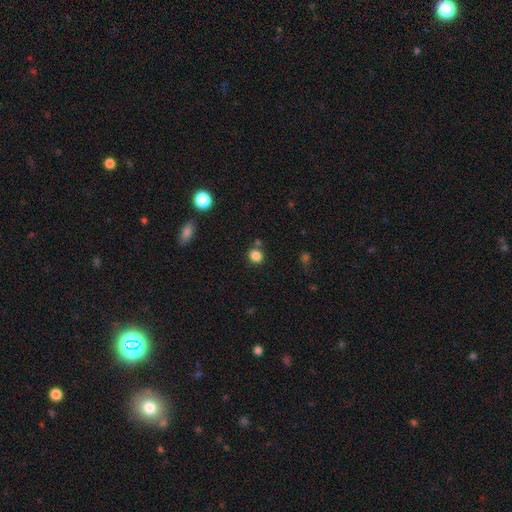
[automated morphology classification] type=smooth (84%); roundness=round (84%); merging=none (77%).